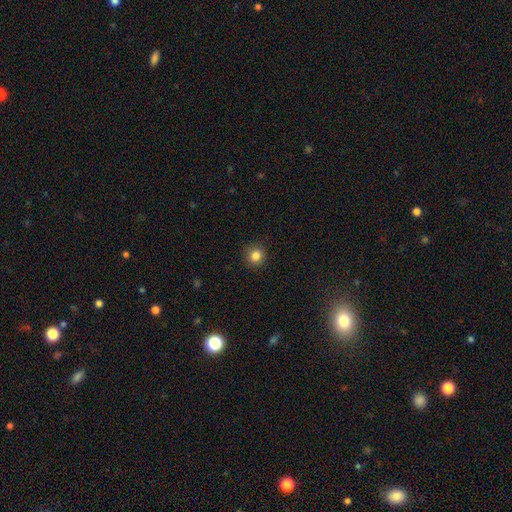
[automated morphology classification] A smooth galaxy with no disk features (84%) that is round (91%). Merging: none (90%).